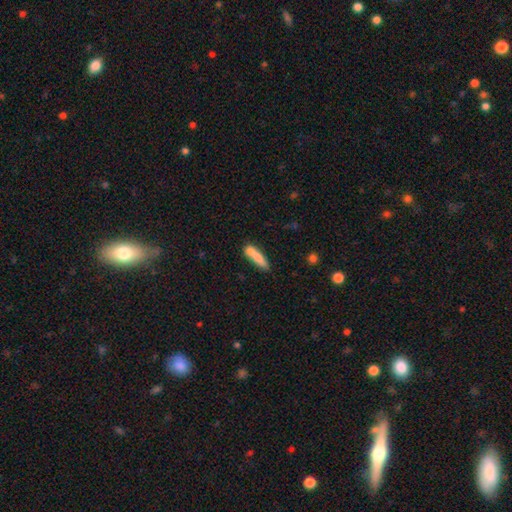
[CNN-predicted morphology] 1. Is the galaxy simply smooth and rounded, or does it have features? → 73% smooth, 19% featured or disk, 7% star or artifact.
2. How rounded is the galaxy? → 73% cigar-shaped, 25% in between, 2% round.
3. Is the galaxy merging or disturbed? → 50% none, 29% merger, 16% minor disturbance, 5% major disturbance.